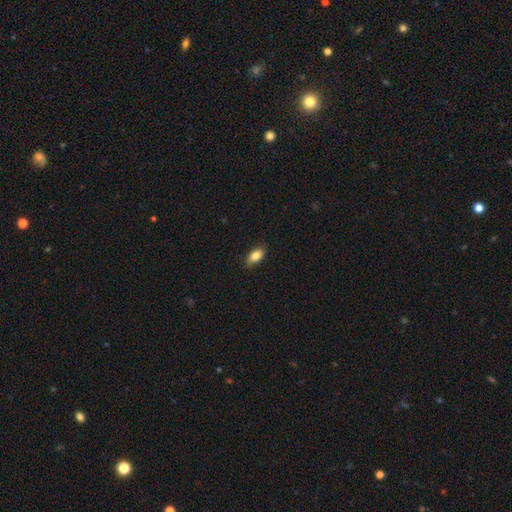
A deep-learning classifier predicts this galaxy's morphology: smooth_or_featured: smooth (p=0.82) [alt: featured or disk p=0.10]
how_rounded: in between (p=0.89) [alt: cigar-shaped p=0.07]
merging: none (p=0.81) [alt: minor disturbance p=0.16]